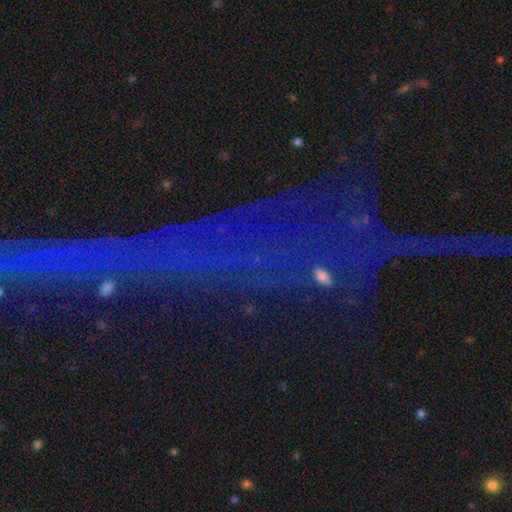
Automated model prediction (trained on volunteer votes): This is likely a star or artifact rather than a galaxy (72%).